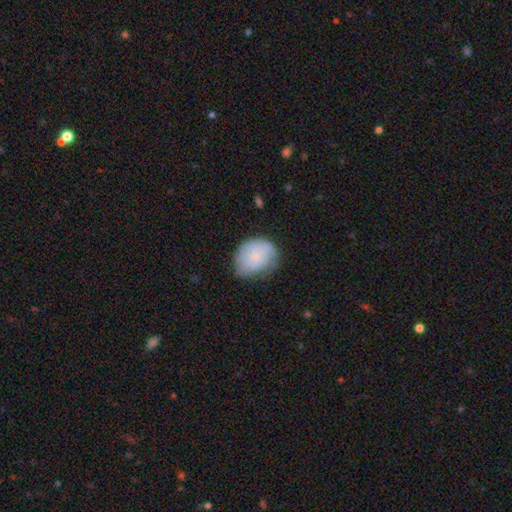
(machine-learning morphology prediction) A smooth galaxy with no disk features (68%) that is in between round and cigar-shaped (52%).

Vote fractions:
- Smooth or featured? smooth: 68% / featured or disk: 25% / star or artifact: 7%
- How rounded? in between: 52% / round: 47% / cigar-shaped: 1%
- Merging? none: 53% / minor disturbance: 36% / major disturbance: 10% / merger: 1%